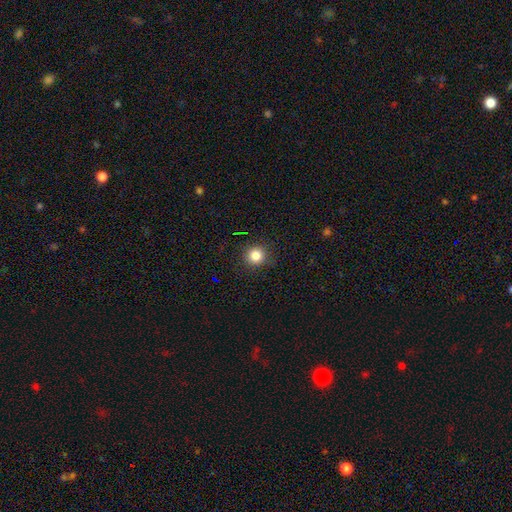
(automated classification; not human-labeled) Morphology: type=smooth (83%); roundness=round (93%); merging=none (91%).